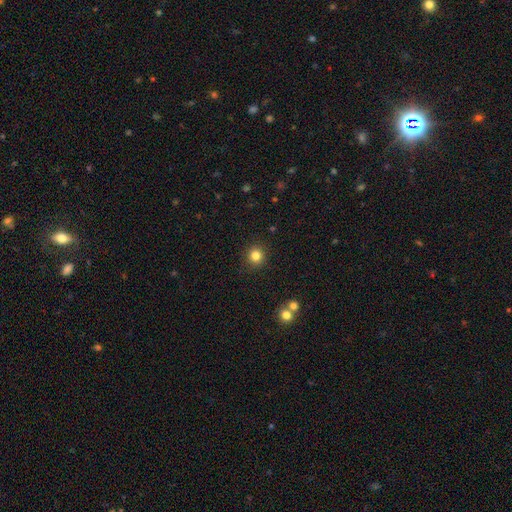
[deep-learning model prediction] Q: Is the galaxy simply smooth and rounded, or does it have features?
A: smooth — 83%.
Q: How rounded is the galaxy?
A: round — 91%.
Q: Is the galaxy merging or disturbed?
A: none — 90%.